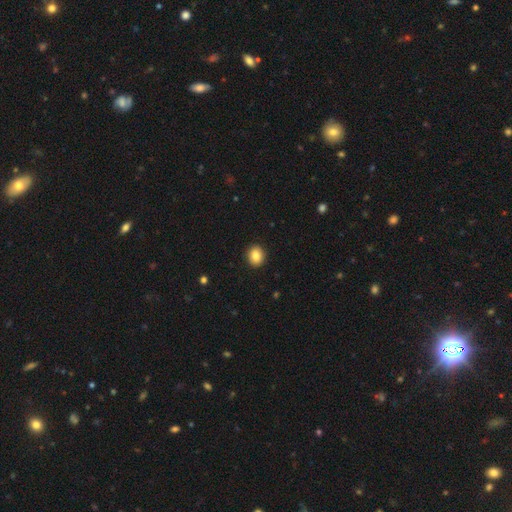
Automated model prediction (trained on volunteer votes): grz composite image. It shows a smooth galaxy with no disk features (85%) that is round (69%). Merging: none (92%).